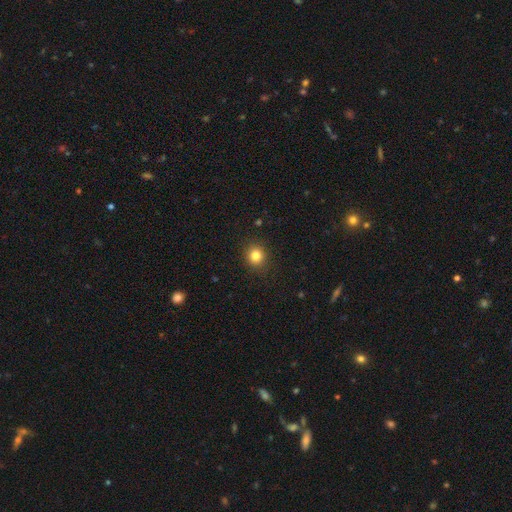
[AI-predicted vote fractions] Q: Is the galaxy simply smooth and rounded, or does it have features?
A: smooth — 83%.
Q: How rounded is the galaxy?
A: round — 86%.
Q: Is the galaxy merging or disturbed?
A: none — 91%.